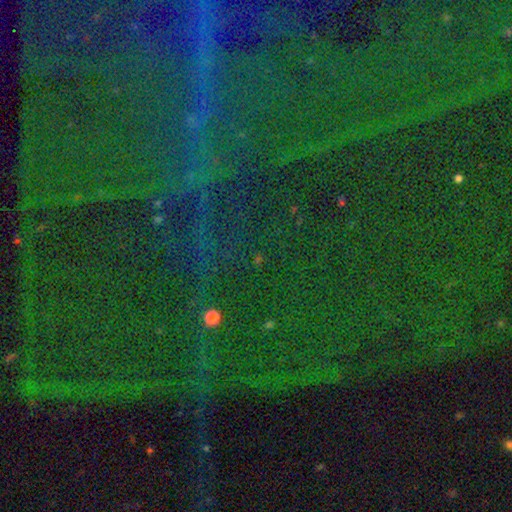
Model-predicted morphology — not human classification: This appears to be a star or artifact, not a galaxy (85%).